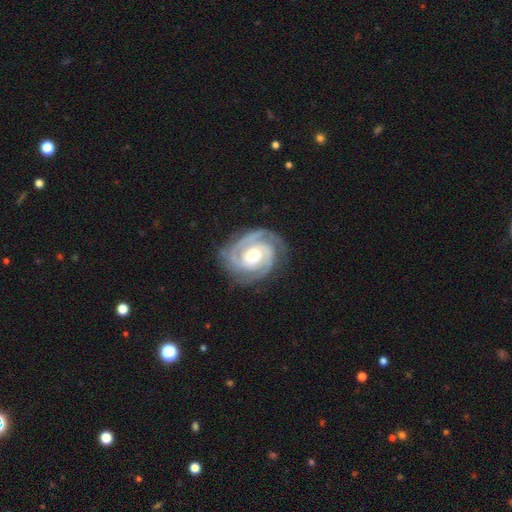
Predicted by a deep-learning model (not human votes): Smooth or featured?
  - featured or disk: 92% *
  - star or artifact: 4%
  - smooth: 4%
Edge-on disk?
  - no: 98% *
  - yes: 2%
Bar?
  - no: 55% *
  - weak: 30%
  - strong: 15%
Spiral arms?
  - yes: 98% *
  - no: 2%
Spiral winding?
  - tight: 74% *
  - medium: 23%
  - loose: 3%
Spiral arm count?
  - 2: 51% *
  - 3: 31%
  - can't tell: 7%
  - 4: 4%
  - 1: 4%
  - more than 4: 3%
Bulge size?
  - moderate: 68% *
  - small: 22%
  - large: 8%
  - none: 1%
  - dominant: 1%
Merging?
  - none: 79% *
  - minor disturbance: 15%
  - major disturbance: 5%
  - merger: 1%